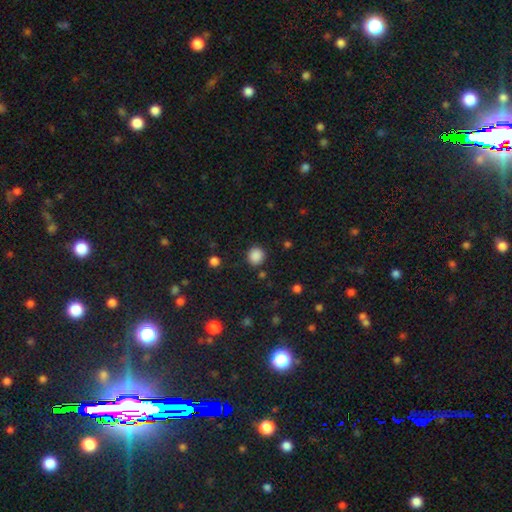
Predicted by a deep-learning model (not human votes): This is clearly a smooth galaxy (87%). How rounded: clearly round (89%). Merging: clearly none (89%).